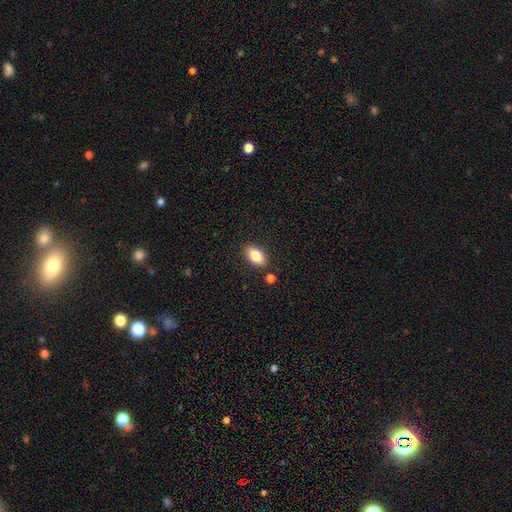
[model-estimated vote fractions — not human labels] Morphology: type=smooth (82%); roundness=in between (90%); merging=none (86%).